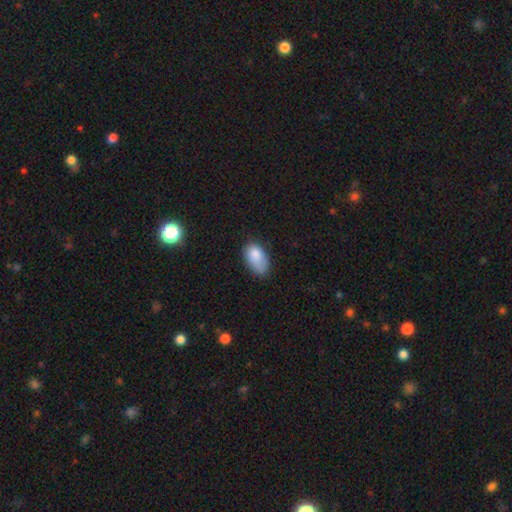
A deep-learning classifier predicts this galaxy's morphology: A smooth galaxy with no disk features (82%) that is in between round and cigar-shaped (92%). Merging: none (55%).